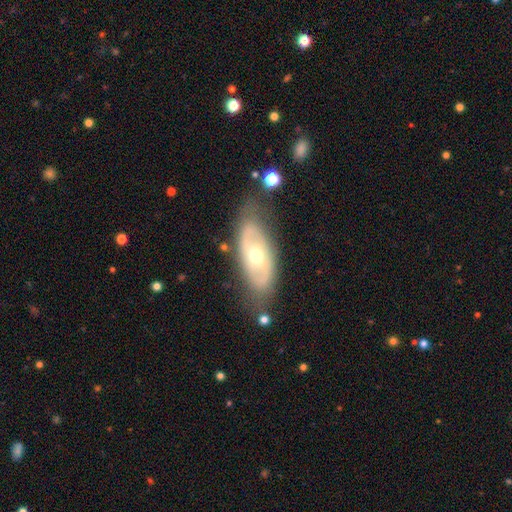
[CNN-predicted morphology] A featured or disk galaxy (62%) with no bar (71%), spiral arms (53%) and a moderate central bulge (61%). Merging: none (70%).